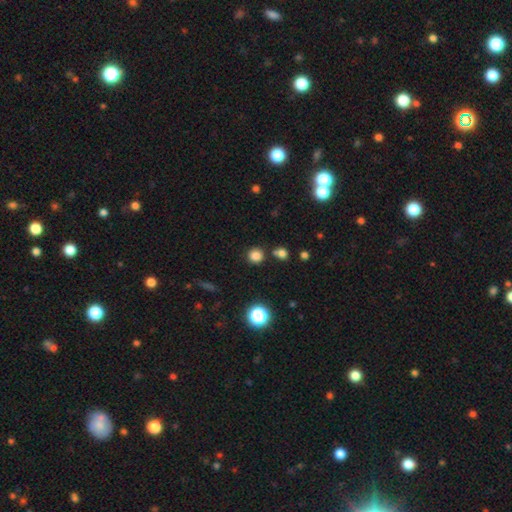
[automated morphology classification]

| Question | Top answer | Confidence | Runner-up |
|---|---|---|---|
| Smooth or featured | smooth | 79% | star or artifact (16%) |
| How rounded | round | 92% | in between (7%) |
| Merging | none | 79% | merger (10%) |